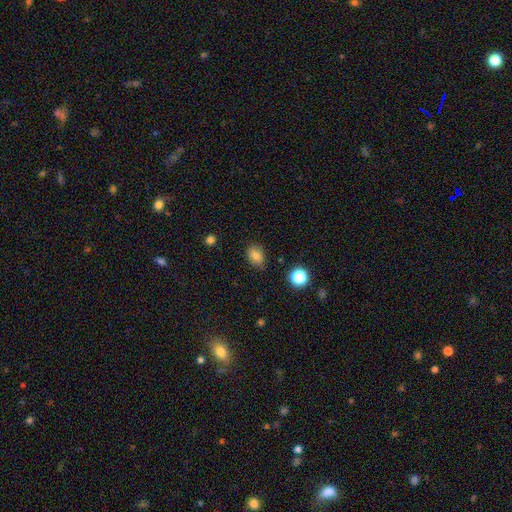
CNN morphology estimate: type=smooth (81%); roundness=in between (71%); merging=none (78%).